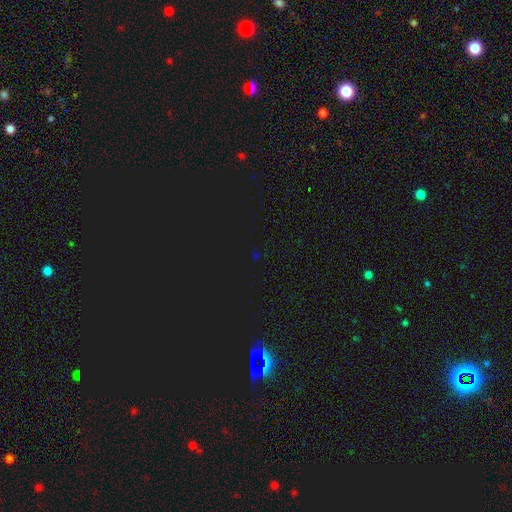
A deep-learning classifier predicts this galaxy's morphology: star or artifact 75%, smooth 18%, featured or disk 7%.